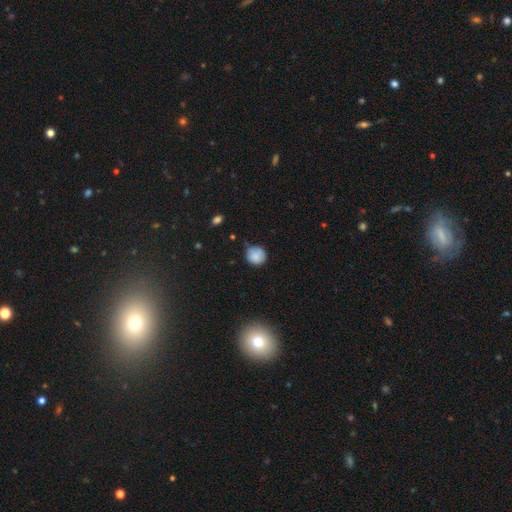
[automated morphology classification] type=smooth (82%); roundness=round (84%); merging=none (63%).